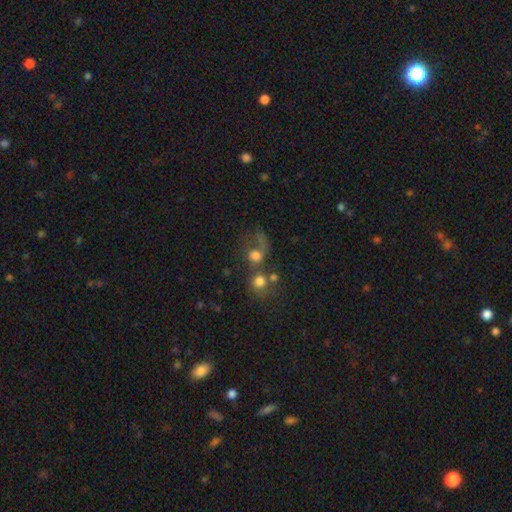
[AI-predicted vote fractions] Morphology: type=smooth (63%); roundness=round (75%); merging=merger (47%).